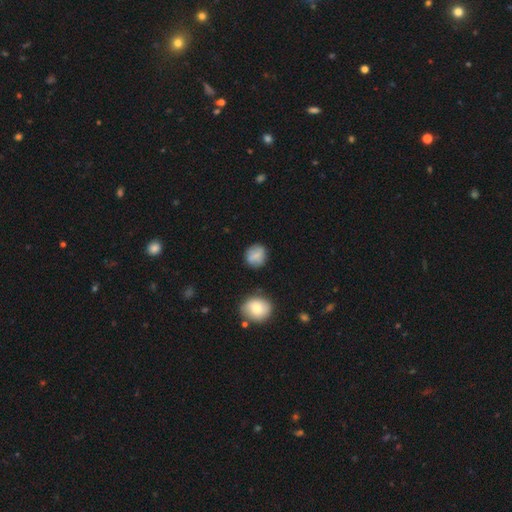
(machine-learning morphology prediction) Smooth or featured? smooth (78%)
How rounded? round (79%)
Merging? none (79%)